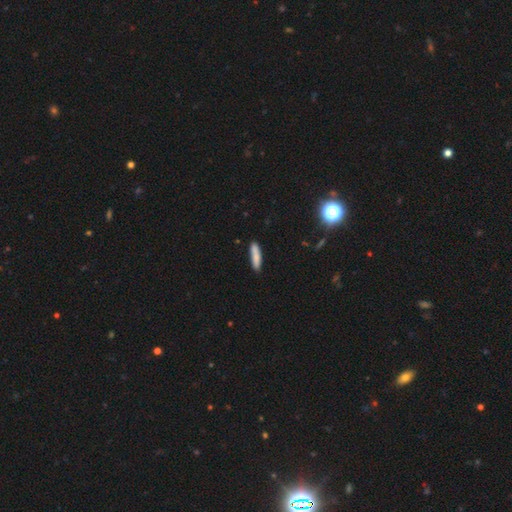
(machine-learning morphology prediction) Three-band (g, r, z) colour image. It shows a smooth galaxy with no disk features (84%) that is cigar-shaped (82%). Merging: none (83%).